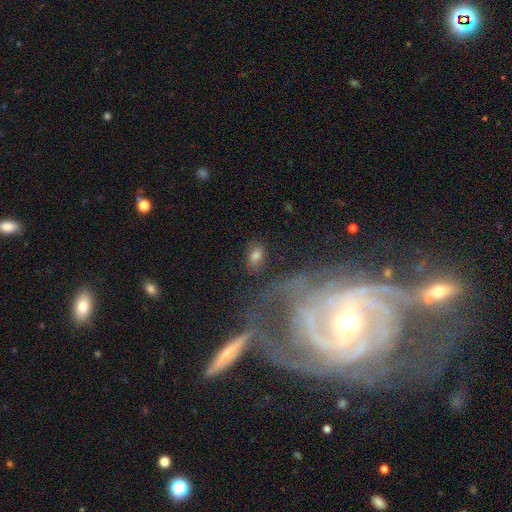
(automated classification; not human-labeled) smooth_or_featured: smooth (p=0.72) [alt: featured or disk p=0.16]
how_rounded: in between (p=0.82) [alt: round p=0.16]
merging: none (p=0.76) [alt: minor disturbance p=0.13]